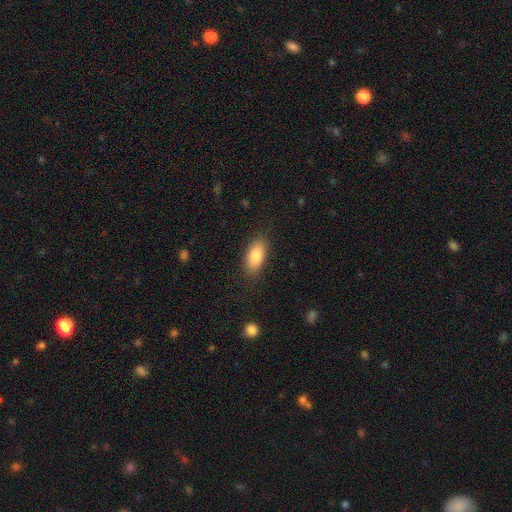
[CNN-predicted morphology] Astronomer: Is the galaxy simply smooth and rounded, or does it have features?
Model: smooth — 83%.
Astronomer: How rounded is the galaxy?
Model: in between — 87%.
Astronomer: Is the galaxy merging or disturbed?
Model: none — 84%.